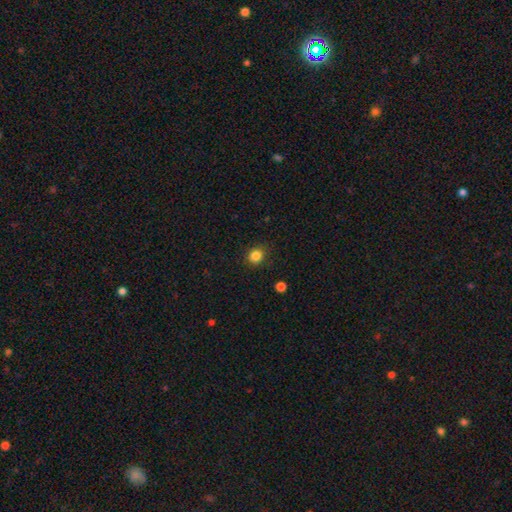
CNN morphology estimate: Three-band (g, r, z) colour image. It shows a smooth galaxy with no disk features (84%) that is round (80%). Merging: none (88%).